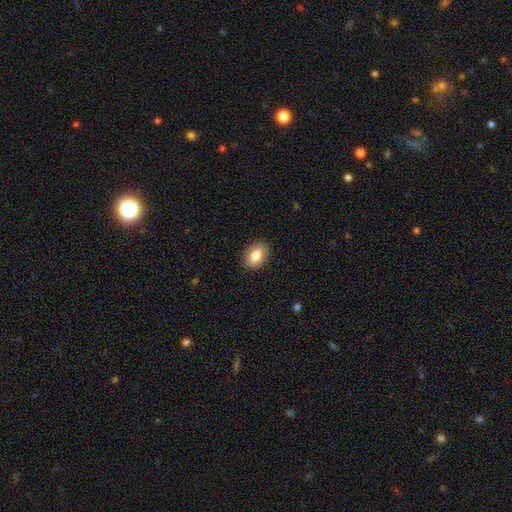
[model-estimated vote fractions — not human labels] The model was most divided on "how rounded": in between: 75%, round: 23%, cigar-shaped: 1%. More confident: merging — none (89%); smooth or featured — smooth (83%).